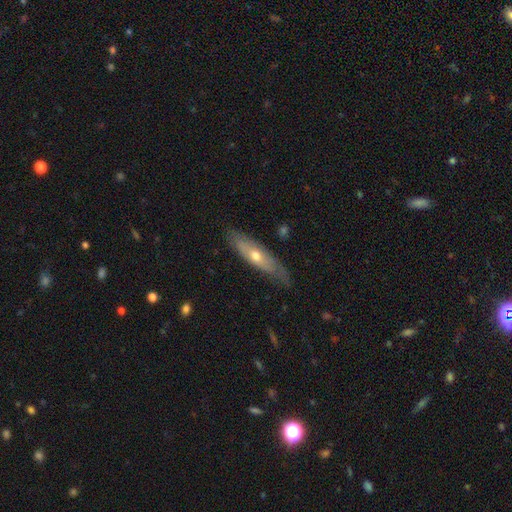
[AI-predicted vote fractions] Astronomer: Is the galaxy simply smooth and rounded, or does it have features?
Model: featured or disk — 54% (runner-up: smooth, 40%).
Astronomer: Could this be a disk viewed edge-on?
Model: yes — 55% (runner-up: no, 45%).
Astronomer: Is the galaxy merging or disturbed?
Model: none — 73%.